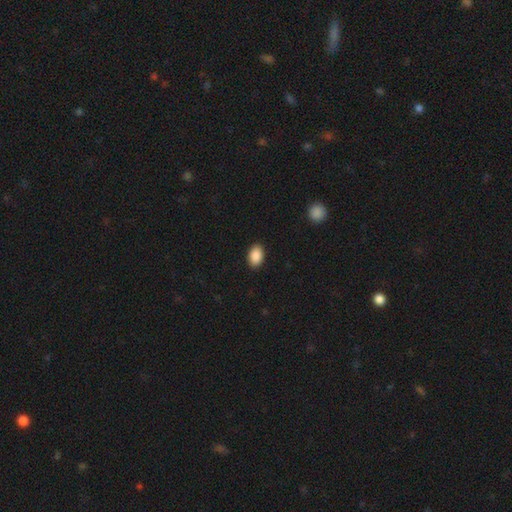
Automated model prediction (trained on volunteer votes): smooth_or_featured: smooth (p=0.90) [alt: star or artifact p=0.07]
how_rounded: in between (p=0.88) [alt: round p=0.11]
merging: none (p=0.90) [alt: minor disturbance p=0.07]